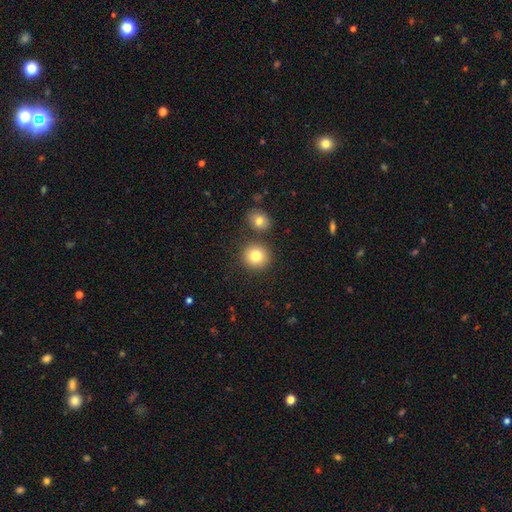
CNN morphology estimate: This appears to be a smooth galaxy with no disk features (82%) that is round (90%). Merging: none (81%).